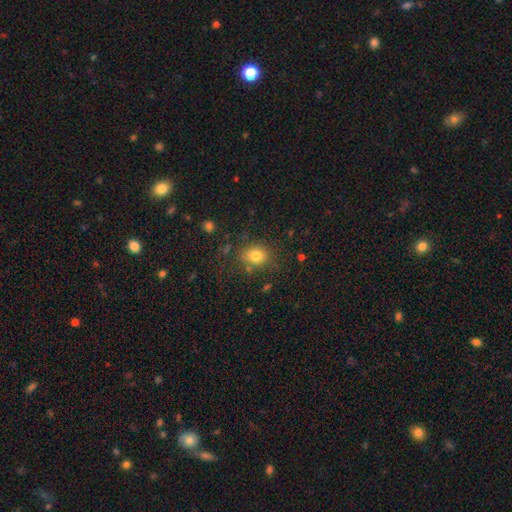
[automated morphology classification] Smooth or featured: smooth — 79% (star or artifact — 13%)
How rounded: round — 57% (in between — 42%)
Merging: none — 74% (minor disturbance — 16%)